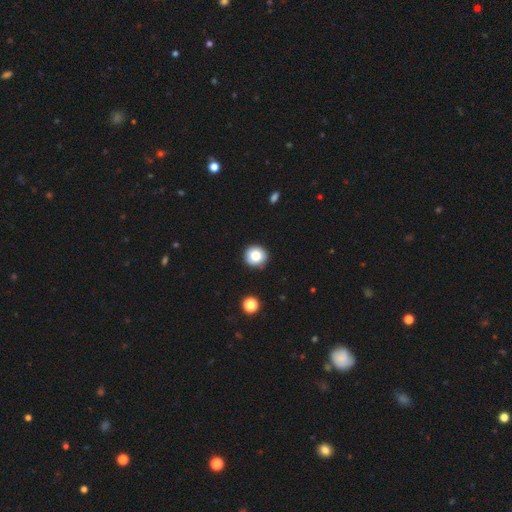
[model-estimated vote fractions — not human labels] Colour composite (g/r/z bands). It shows a smooth galaxy with no disk features (81%) that is round (93%). Merging: none (90%).